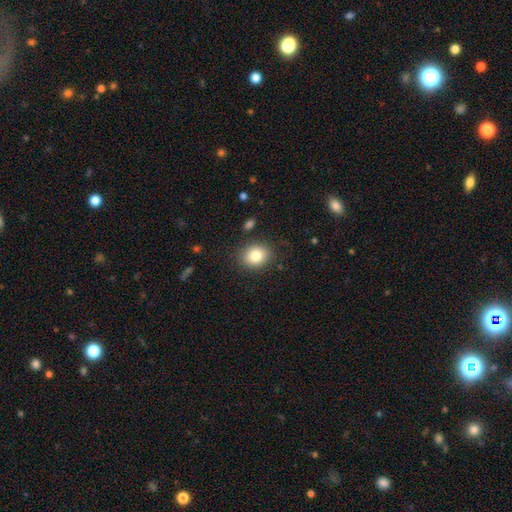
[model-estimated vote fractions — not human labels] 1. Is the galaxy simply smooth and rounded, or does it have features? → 83% smooth, 9% star or artifact, 8% featured or disk.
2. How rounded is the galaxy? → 57% round, 42% in between, 1% cigar-shaped.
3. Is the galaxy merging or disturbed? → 86% none, 10% minor disturbance, 3% major disturbance, 2% merger.